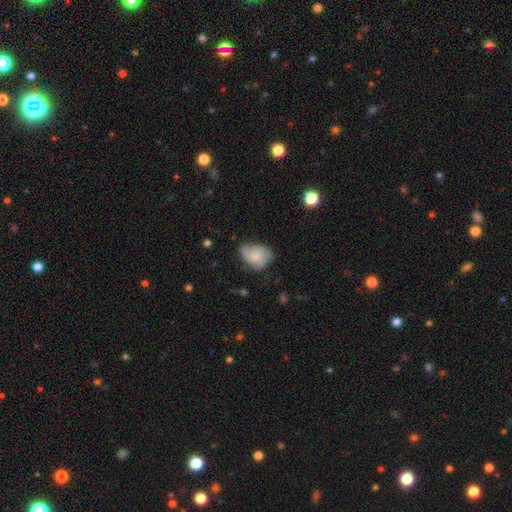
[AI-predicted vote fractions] Smooth or featured? smooth (50%)
How rounded? in between (63%)
Merging? none (49%)